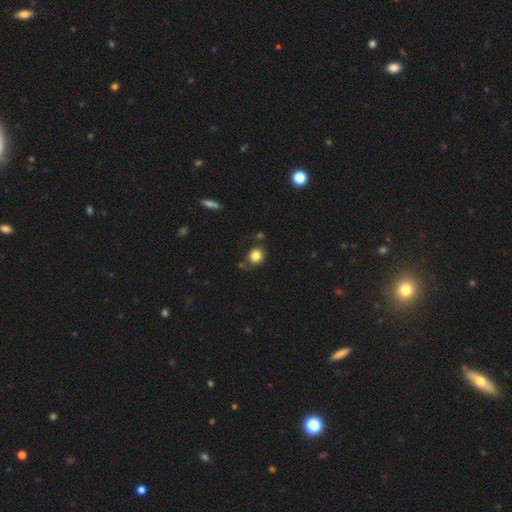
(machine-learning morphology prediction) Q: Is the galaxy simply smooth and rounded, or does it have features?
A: smooth — 83%.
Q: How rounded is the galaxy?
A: round — 71%.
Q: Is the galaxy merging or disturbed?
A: none — 76%.